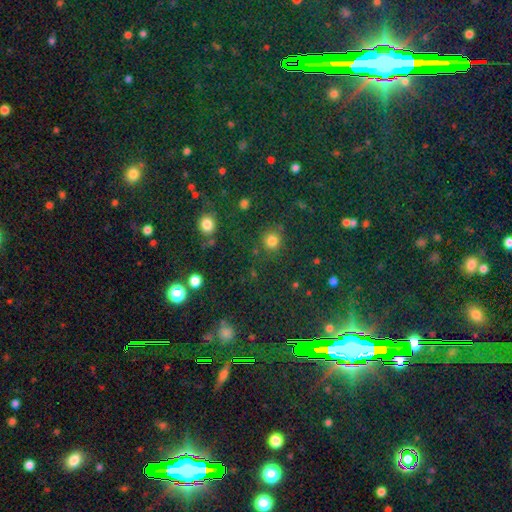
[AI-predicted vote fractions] Smooth or featured? star or artifact (67%)